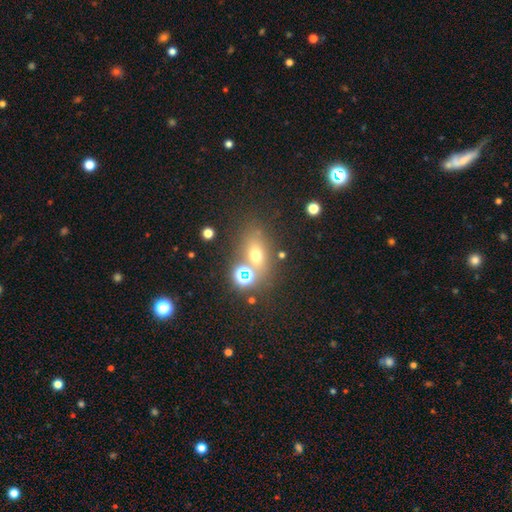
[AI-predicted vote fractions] A smooth galaxy with no disk features (58%) that is in between round and cigar-shaped (57%).

Vote fractions:
- Smooth or featured? smooth: 58% / star or artifact: 27% / featured or disk: 15%
- How rounded? in between: 57% / round: 39% / cigar-shaped: 4%
- Merging? none: 65% / merger: 16% / minor disturbance: 13% / major disturbance: 7%